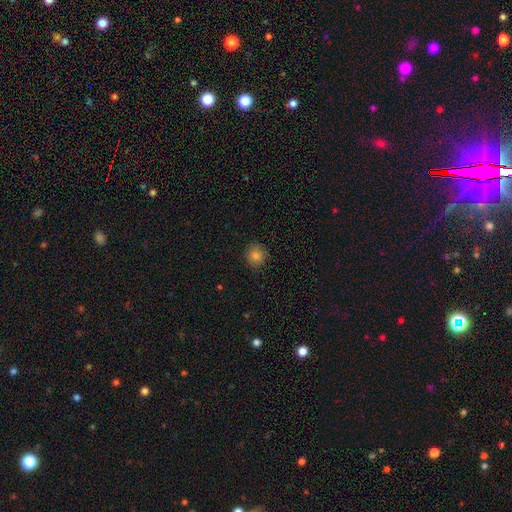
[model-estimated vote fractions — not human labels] Morphology: type=smooth (80%); roundness=round (89%); merging=none (87%).